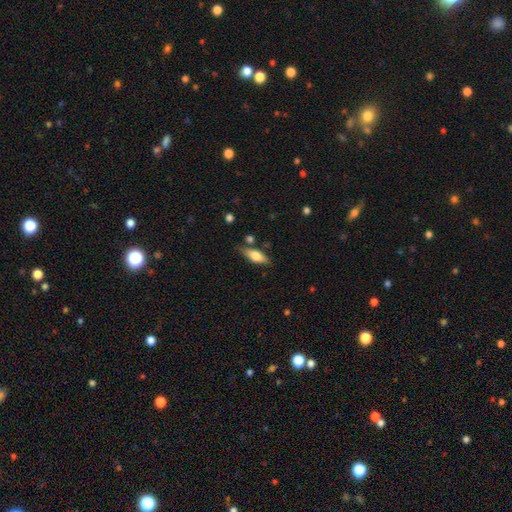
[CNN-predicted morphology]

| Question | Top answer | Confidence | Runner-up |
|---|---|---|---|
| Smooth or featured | smooth | 65% | featured or disk (28%) |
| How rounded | in between | 68% | cigar-shaped (30%) |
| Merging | none | 71% | minor disturbance (19%) |